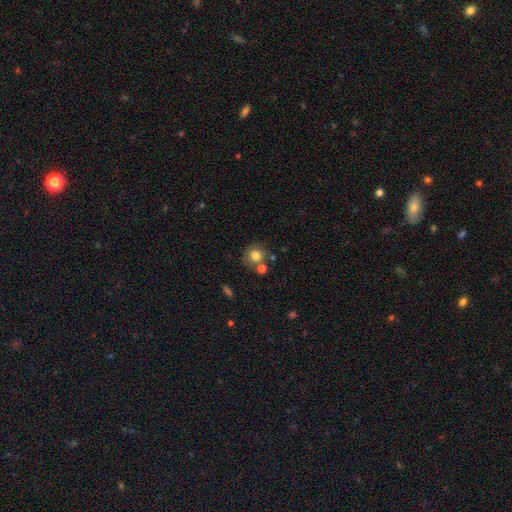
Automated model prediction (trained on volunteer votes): Overall: smooth (79%). How rounded: round (88%). Merging: none (65%).